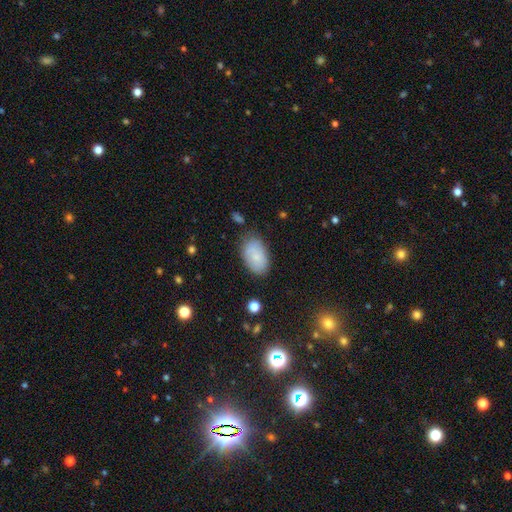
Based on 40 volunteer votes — This appears to be a smooth galaxy with no disk features (90%) that is in between round and cigar-shaped (97%). Merging: none (66%).